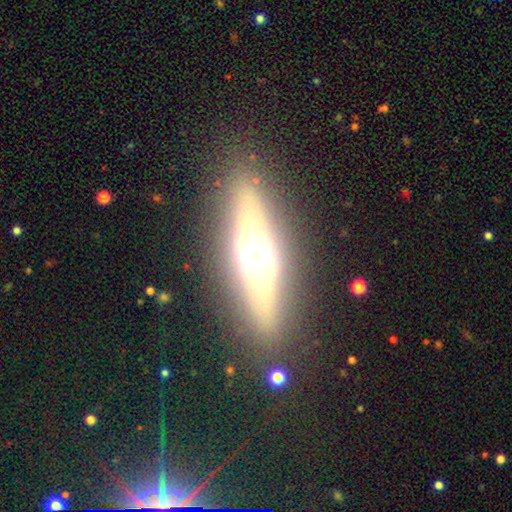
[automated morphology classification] smooth-or-featured: featured or disk: 68% | smooth: 22% | star or artifact: 10%
  disk-edge-on: yes: 78% | no: 22%
    edge-on-bulge: rounded: 82% | boxy: 13% | none: 5%
  merging: none: 83% | minor disturbance: 11% | major disturbance: 4% | merger: 2%